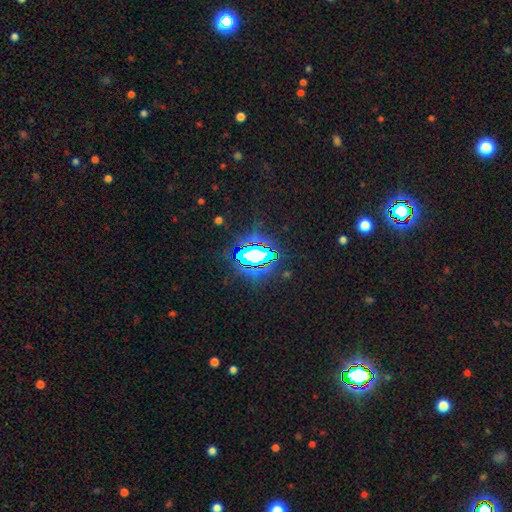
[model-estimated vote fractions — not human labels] Smooth or featured? star or artifact (70%)